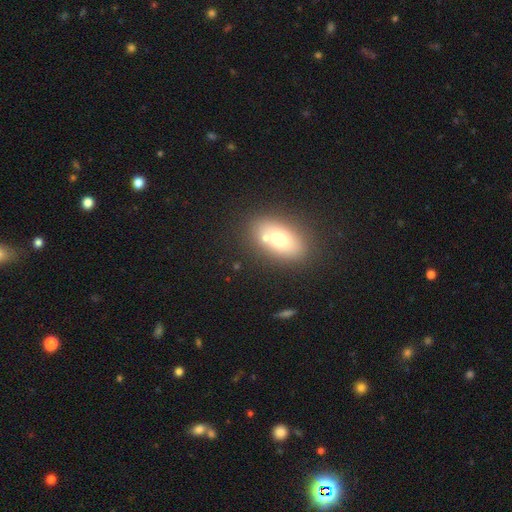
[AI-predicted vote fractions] Smooth or featured: smooth — 68% (featured or disk — 18%)
How rounded: in between — 86% (round — 9%)
Merging: none — 84% (minor disturbance — 9%)